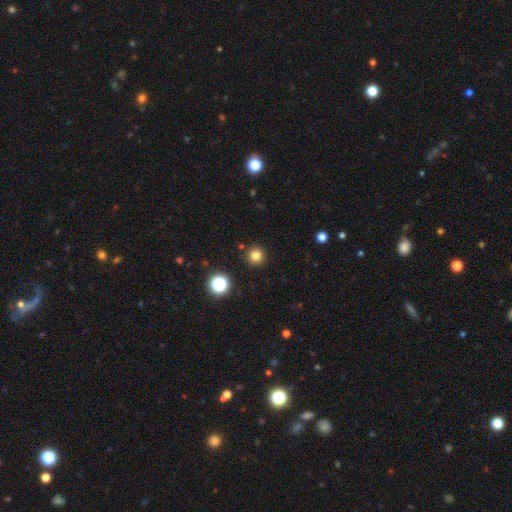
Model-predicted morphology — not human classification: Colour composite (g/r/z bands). It shows a smooth galaxy with no disk features (80%) that is round (96%). Merging: none (91%).